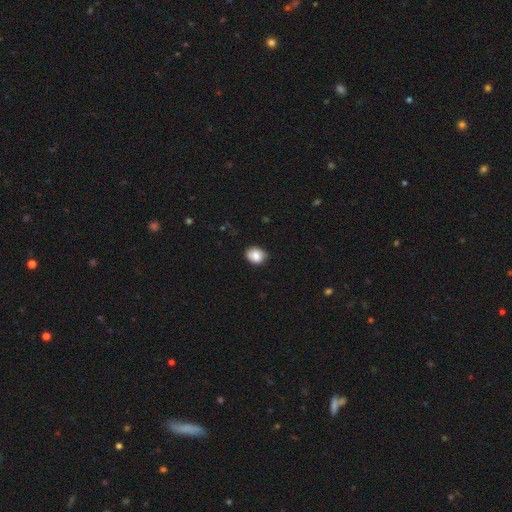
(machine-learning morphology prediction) Smooth or featured?
  - smooth: 83% *
  - featured or disk: 9%
  - star or artifact: 8%
How rounded?
  - round: 50% *
  - in between: 49%
  - cigar-shaped: 1%
Merging?
  - none: 78% *
  - minor disturbance: 18%
  - major disturbance: 3%
  - merger: 1%